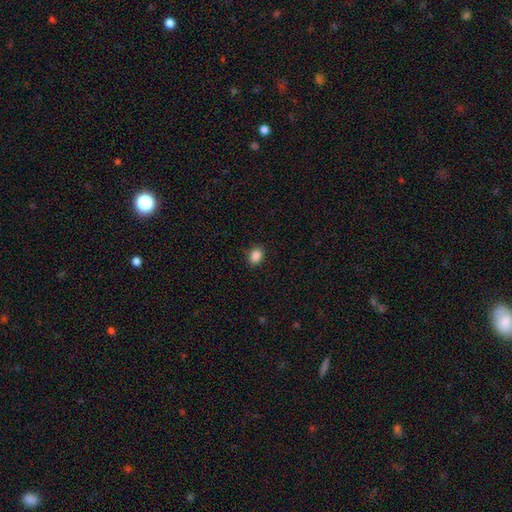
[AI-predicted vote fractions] smooth-or-featured: smooth: 87% | star or artifact: 10% | featured or disk: 3%
  how-rounded: in between: 65% | round: 33% | cigar-shaped: 1%
  merging: none: 88% | minor disturbance: 9% | major disturbance: 2% | merger: 1%